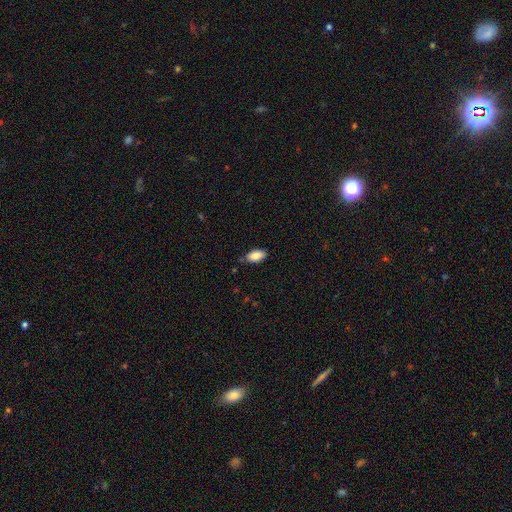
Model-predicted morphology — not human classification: Smooth or featured: smooth — 87% (star or artifact — 7%)
How rounded: in between — 93% (cigar-shaped — 4%)
Merging: none — 78% (minor disturbance — 16%)